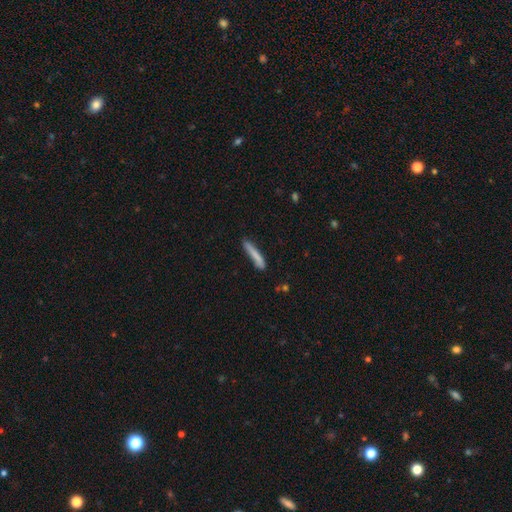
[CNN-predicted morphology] smooth-or-featured: smooth: 78% | featured or disk: 16% | star or artifact: 6%
  how-rounded: cigar-shaped: 94% | in between: 5% | round: 1%
  merging: none: 75% | minor disturbance: 18% | major disturbance: 4% | merger: 3%